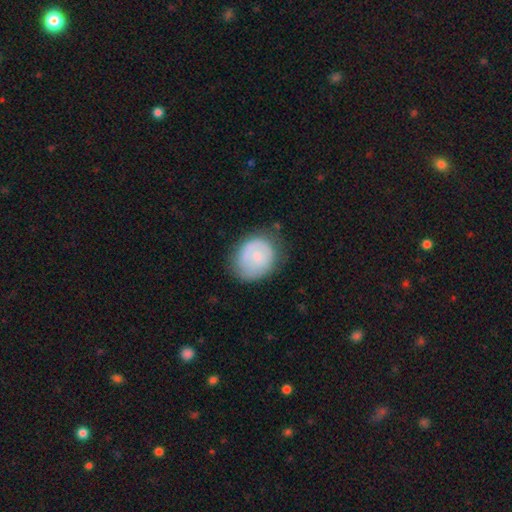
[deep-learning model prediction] This is likely a smooth galaxy (64%). How rounded: likely round (66%). Merging: likely none (63%).